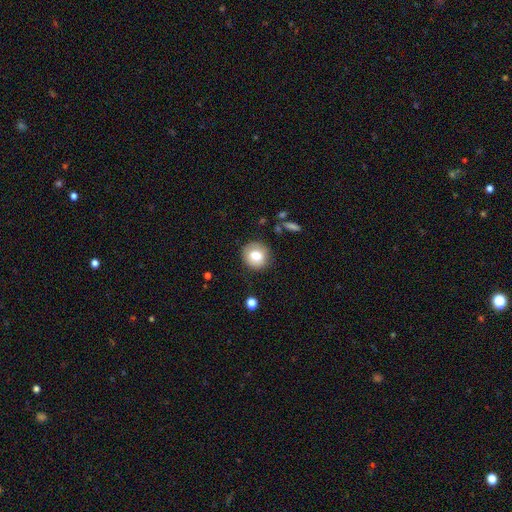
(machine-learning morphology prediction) type=smooth (77%); roundness=round (86%); merging=none (85%).